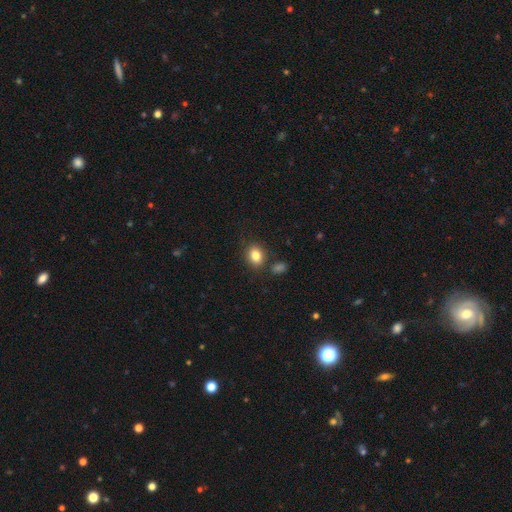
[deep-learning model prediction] This appears to be a smooth galaxy with no disk features (83%) that is in between round and cigar-shaped (59%). Merging: none (79%).